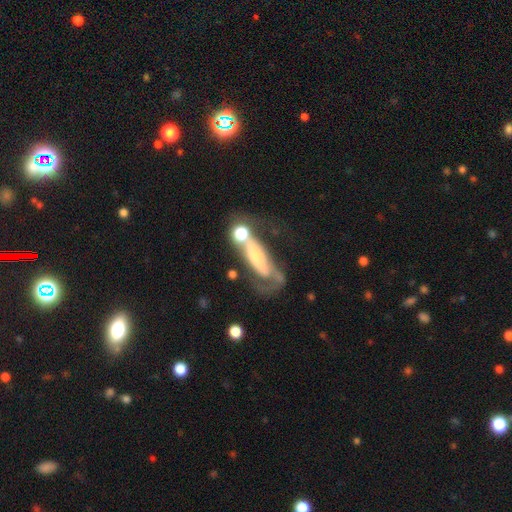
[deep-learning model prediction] A featured or disk galaxy (54%).

Vote fractions:
- Smooth or featured? featured or disk: 54% / smooth: 37% / star or artifact: 8%
- Edge-on disk? no: 77% / yes: 23%
- Merging? major disturbance: 34% / merger: 28% / none: 23% / minor disturbance: 16%